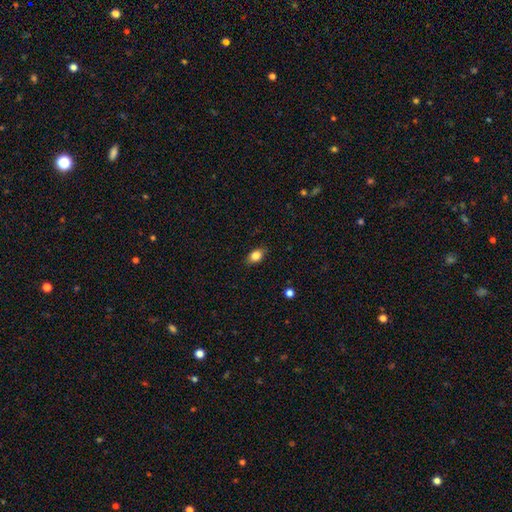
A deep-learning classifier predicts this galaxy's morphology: A smooth galaxy with no disk features (84%) that is in between round and cigar-shaped (81%). Merging: none (85%).